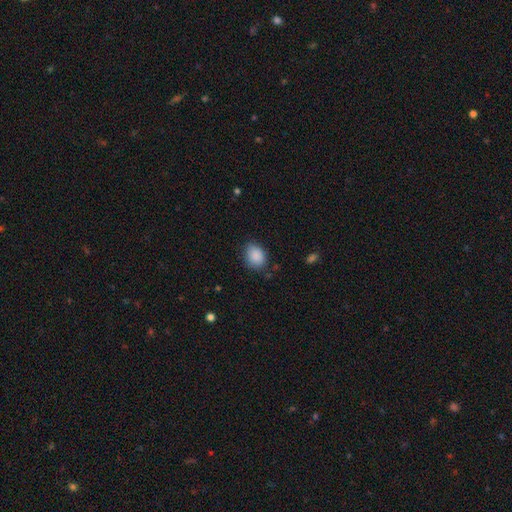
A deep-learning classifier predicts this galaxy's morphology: A smooth galaxy with no disk features (88%) that is in between round and cigar-shaped (62%).

Vote fractions:
- Smooth or featured? smooth: 88% / star or artifact: 8% / featured or disk: 4%
- How rounded? in between: 62% / round: 37% / cigar-shaped: 1%
- Merging? none: 76% / minor disturbance: 19% / major disturbance: 4% / merger: 2%